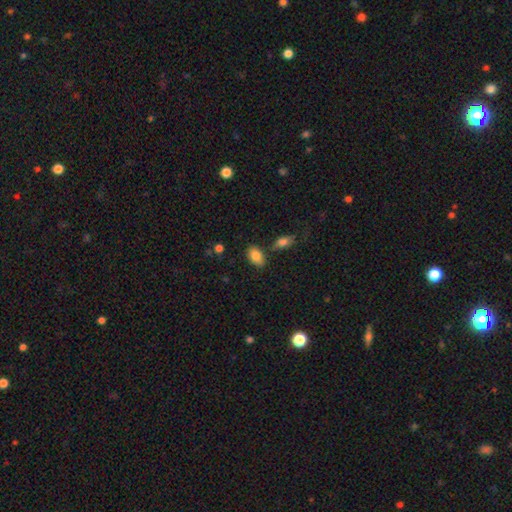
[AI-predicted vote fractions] This is clearly a smooth galaxy (85%). How rounded: clearly in between (90%). Merging: likely none (74%).